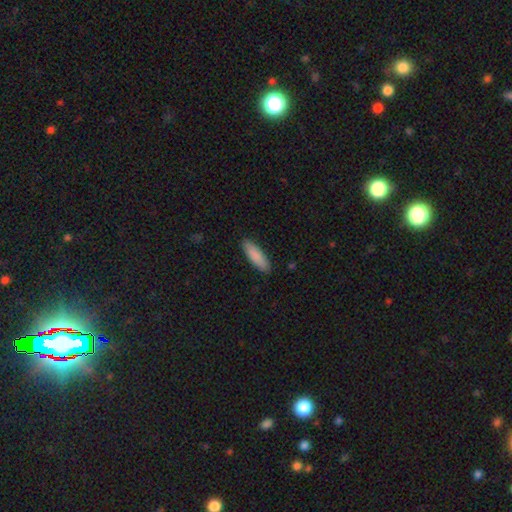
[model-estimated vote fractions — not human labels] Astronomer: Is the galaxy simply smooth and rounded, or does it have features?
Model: smooth — 88%.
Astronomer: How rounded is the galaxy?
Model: cigar-shaped — 55% (runner-up: in between, 44%).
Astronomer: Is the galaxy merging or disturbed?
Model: none — 89%.